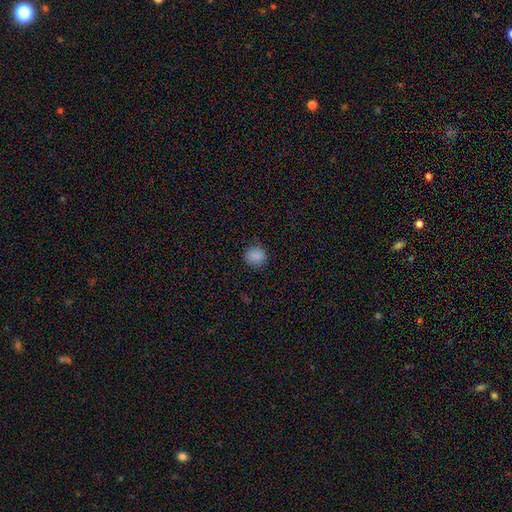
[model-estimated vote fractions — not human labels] smooth 87%, star or artifact 10%, featured or disk 3%. Down the decision tree: how rounded — round (84%); merging — none (86%).